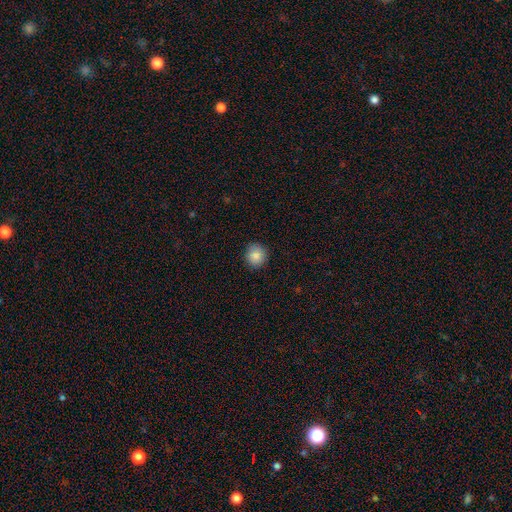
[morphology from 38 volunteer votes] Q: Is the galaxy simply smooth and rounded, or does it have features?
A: smooth — 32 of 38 (84%).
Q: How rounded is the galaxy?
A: round — 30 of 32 (94%).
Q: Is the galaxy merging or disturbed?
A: none — 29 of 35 (83%).